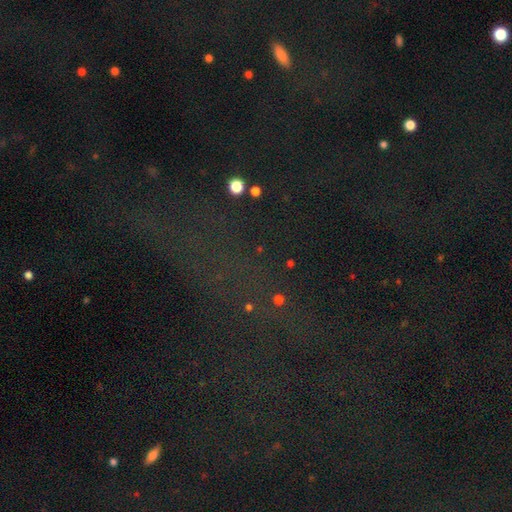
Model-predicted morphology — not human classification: The model was most divided on "smooth or featured": star or artifact: 77%, smooth: 13%, featured or disk: 10%.